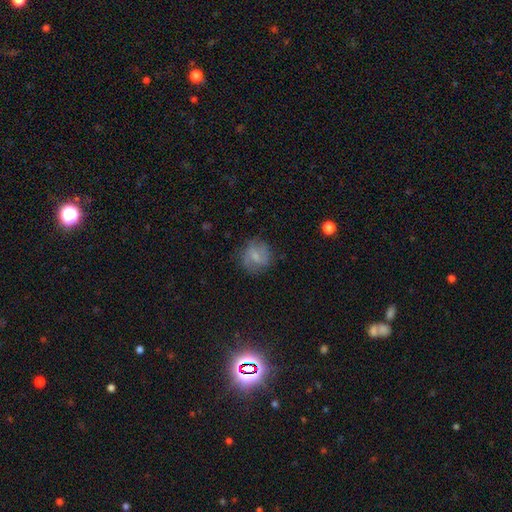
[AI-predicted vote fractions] The model was most divided on "smooth or featured": smooth: 58%, featured or disk: 33%, star or artifact: 9%. More confident: how rounded — round (81%); merging — none (72%).